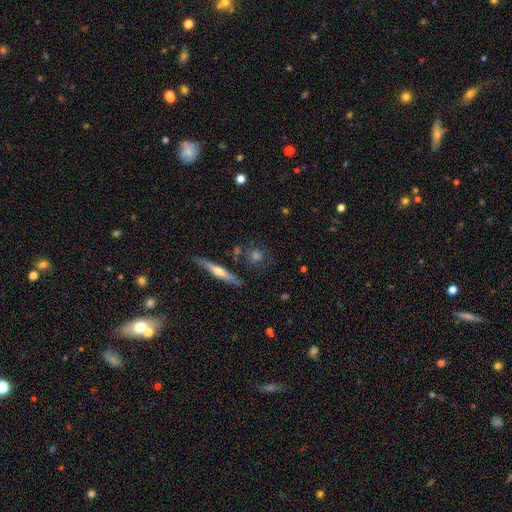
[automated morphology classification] The model was most divided on "smooth or featured": featured or disk: 44%, smooth: 42%, star or artifact: 14%. More confident: merging — none (80%).